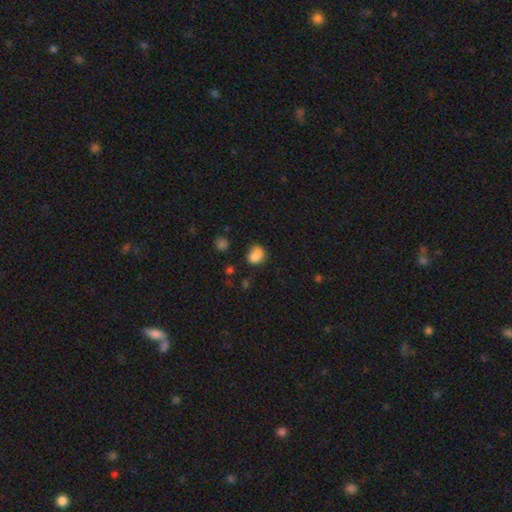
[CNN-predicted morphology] smooth_or_featured: smooth (p=0.81) [alt: star or artifact p=0.11]
how_rounded: round (p=0.55) [alt: in between p=0.44]
merging: none (p=0.49) [alt: minor disturbance p=0.28]